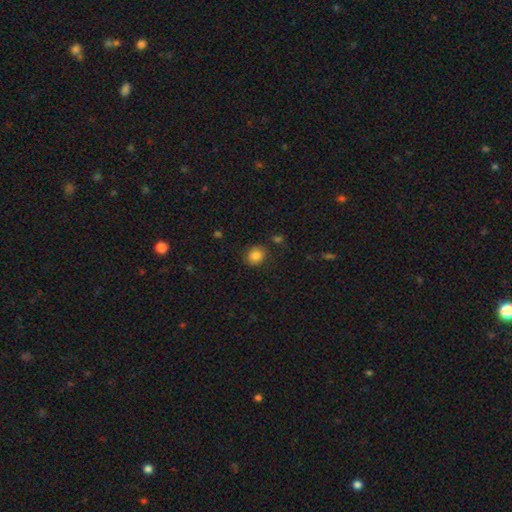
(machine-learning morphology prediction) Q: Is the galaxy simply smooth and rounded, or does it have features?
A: smooth — 84%.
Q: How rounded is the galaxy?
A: round — 68%.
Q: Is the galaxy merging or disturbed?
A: none — 83%.